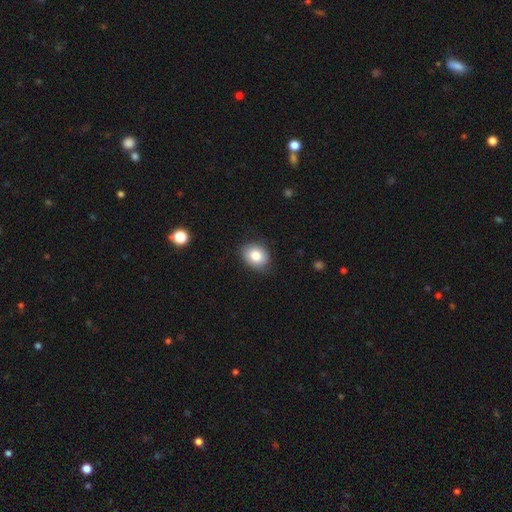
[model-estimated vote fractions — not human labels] smooth 83%, featured or disk 9%, star or artifact 8%. Down the decision tree: how rounded — in between (58%); merging — none (80%).